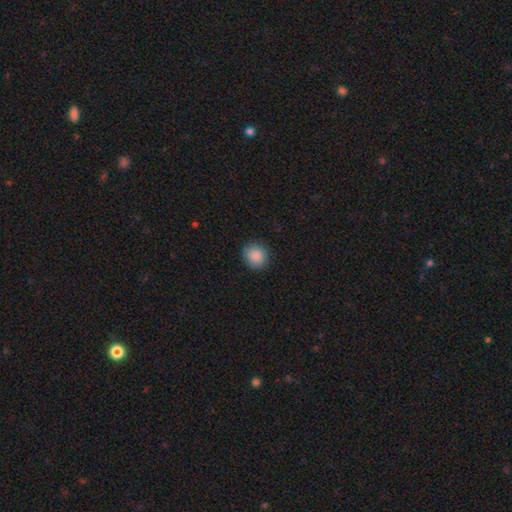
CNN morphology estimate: Smooth or featured?
  - smooth: 88% *
  - star or artifact: 8%
  - featured or disk: 4%
How rounded?
  - round: 81% *
  - in between: 18%
  - cigar-shaped: 1%
Merging?
  - none: 86% *
  - minor disturbance: 10%
  - major disturbance: 3%
  - merger: 1%